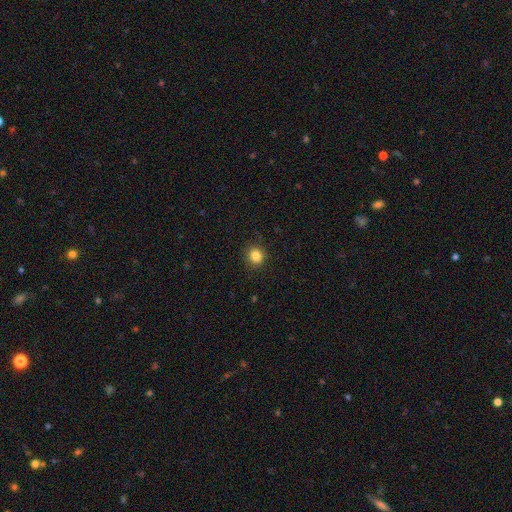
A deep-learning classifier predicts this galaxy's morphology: smooth_or_featured: smooth (p=0.85) [alt: star or artifact p=0.11]
how_rounded: round (p=0.84) [alt: in between p=0.15]
merging: none (p=0.90) [alt: minor disturbance p=0.07]